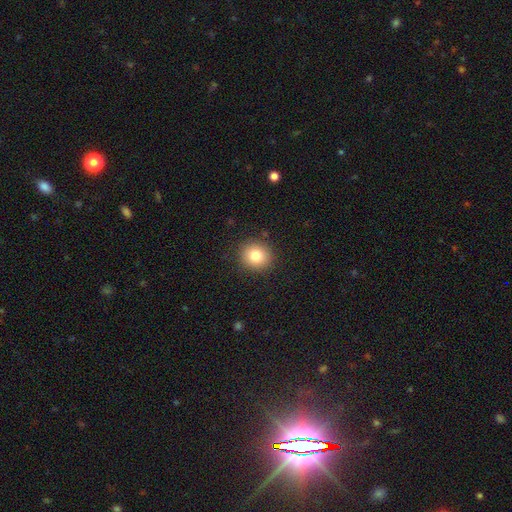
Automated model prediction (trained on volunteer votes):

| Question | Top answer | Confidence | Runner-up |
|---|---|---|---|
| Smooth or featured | smooth | 82% | star or artifact (10%) |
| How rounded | round | 83% | in between (16%) |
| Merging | none | 89% | minor disturbance (7%) |